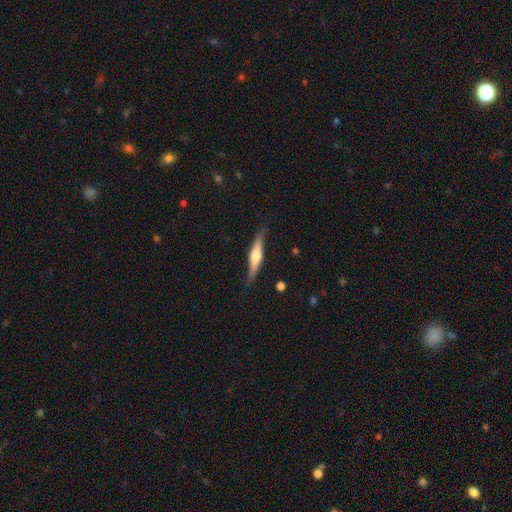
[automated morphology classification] Smooth or featured? Predicted: featured or disk (p=0.61). Edge-on disk? Predicted: yes (p=0.92). Edge-on bulge? Predicted: rounded (p=0.86). Merging? Predicted: none (p=0.78).